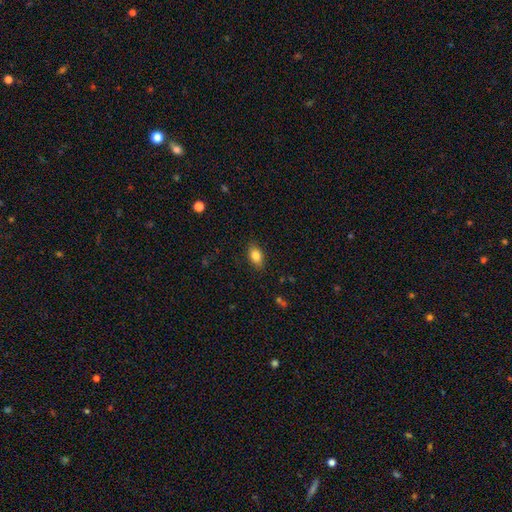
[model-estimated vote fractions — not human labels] Smooth or featured? smooth (82%)
How rounded? in between (84%)
Merging? none (84%)